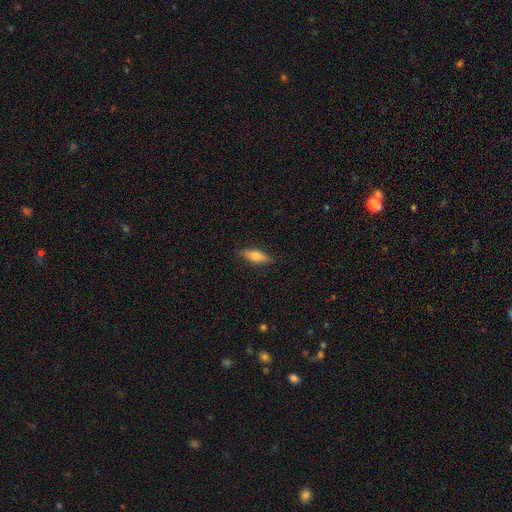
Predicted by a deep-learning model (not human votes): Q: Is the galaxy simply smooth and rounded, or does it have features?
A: smooth — 71%.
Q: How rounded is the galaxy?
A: in between — 62%.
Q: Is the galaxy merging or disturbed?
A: none — 86%.